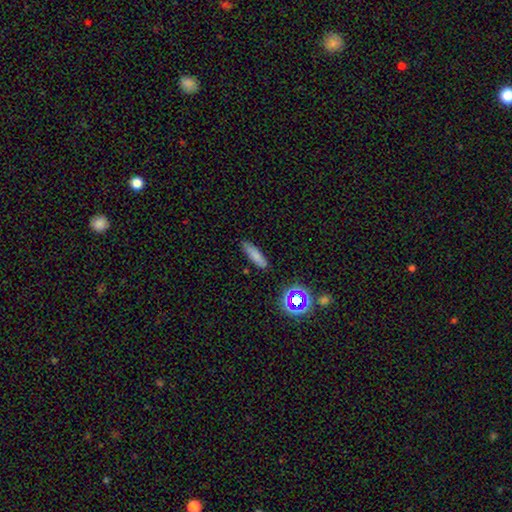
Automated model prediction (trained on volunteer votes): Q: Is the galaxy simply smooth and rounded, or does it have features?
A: smooth — 77%.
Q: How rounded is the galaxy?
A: cigar-shaped — 64%.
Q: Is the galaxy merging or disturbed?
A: none — 82%.